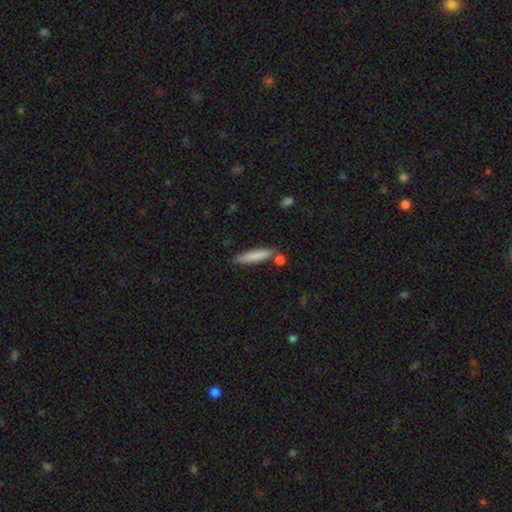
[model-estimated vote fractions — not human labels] Overall: smooth (79%). How rounded: cigar-shaped (90%). Merging: none (80%).